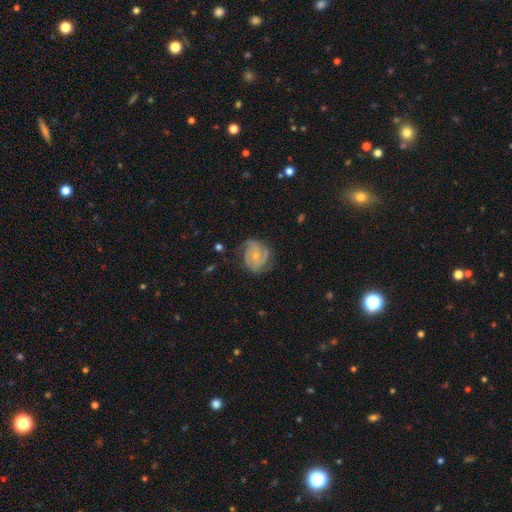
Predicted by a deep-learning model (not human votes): Q: Smooth or featured?
A: featured or disk (74%); runner-up: smooth (19%)
Q: Edge-on disk?
A: no (98%); runner-up: yes (2%)
Q: Bar?
A: no (74%); runner-up: weak (22%)
Q: Spiral arms?
A: yes (91%); runner-up: no (9%)
Q: Spiral winding?
A: tight (46%); runner-up: medium (41%)
Q: Spiral arm count?
A: 3 (33%); runner-up: 2 (30%)
Q: Bulge size?
A: small (69%); runner-up: moderate (26%)
Q: Merging?
A: none (62%); runner-up: minor disturbance (25%)